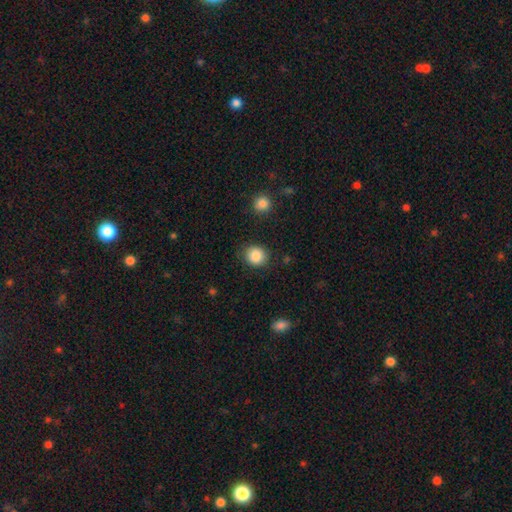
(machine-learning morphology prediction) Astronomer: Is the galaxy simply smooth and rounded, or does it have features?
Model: smooth — 87%.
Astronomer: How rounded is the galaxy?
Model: round — 80%.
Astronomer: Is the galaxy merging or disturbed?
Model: none — 84%.